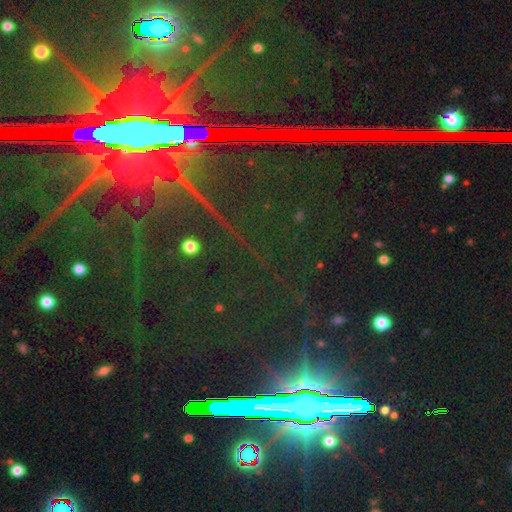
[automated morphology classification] smooth-or-featured: star or artifact: 85% | featured or disk: 8% | smooth: 6%